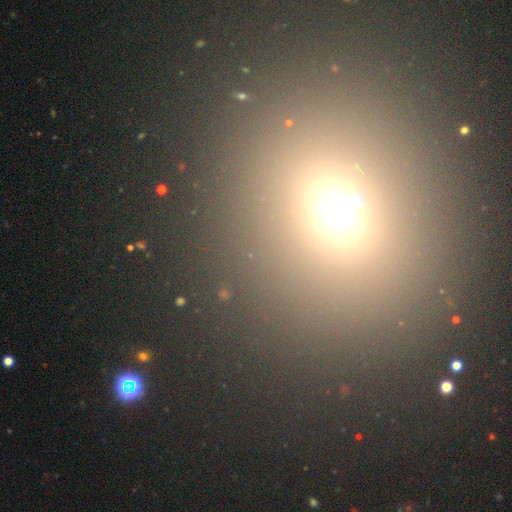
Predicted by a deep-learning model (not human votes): smooth 57%, star or artifact 35%, featured or disk 8%. Down the decision tree: how rounded — round (79%); merging — none (85%).